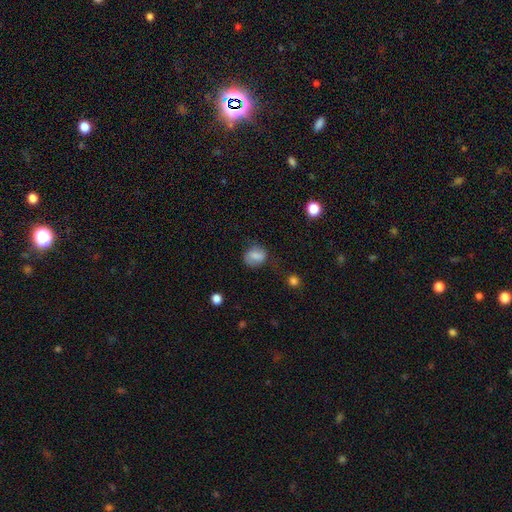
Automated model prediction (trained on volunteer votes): Smooth or featured?
  - smooth: 69% *
  - featured or disk: 21%
  - star or artifact: 10%
How rounded?
  - round: 51% *
  - in between: 48%
  - cigar-shaped: 1%
Merging?
  - none: 65% *
  - minor disturbance: 23%
  - major disturbance: 10%
  - merger: 2%